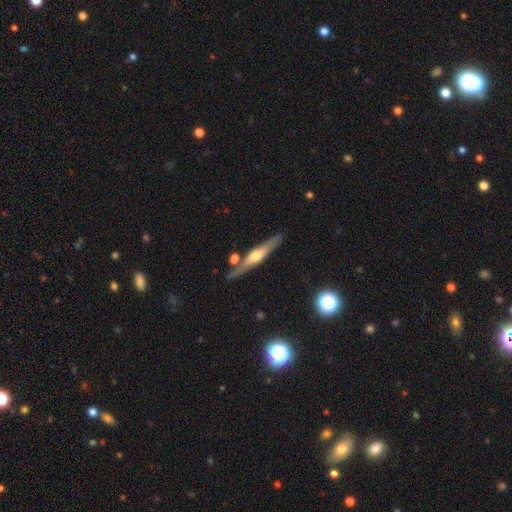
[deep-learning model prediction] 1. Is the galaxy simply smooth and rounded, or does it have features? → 69% featured or disk, 25% smooth, 6% star or artifact.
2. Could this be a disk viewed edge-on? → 95% yes, 5% no.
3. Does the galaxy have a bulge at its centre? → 89% rounded, 5% boxy, 5% none.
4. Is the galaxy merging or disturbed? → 78% none, 11% minor disturbance, 8% merger, 3% major disturbance.